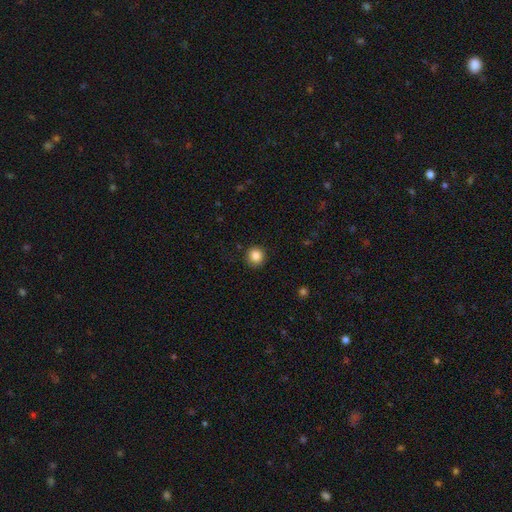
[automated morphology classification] smooth 86%, star or artifact 10%, featured or disk 4%. Down the decision tree: how rounded — round (94%); merging — none (91%).